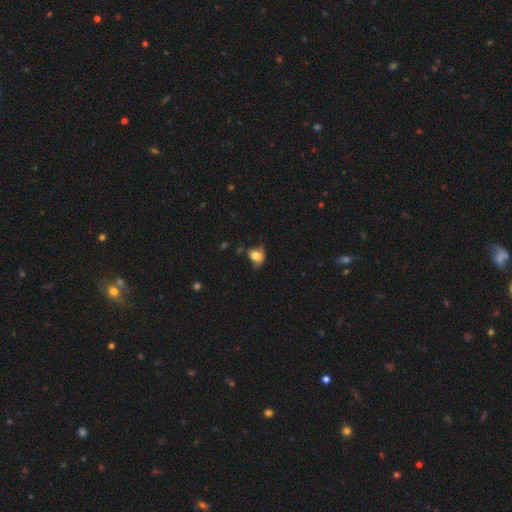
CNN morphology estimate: smooth 72%, featured or disk 18%, star or artifact 10%. Down the decision tree: how rounded — in between (57%); merging — none (40%).